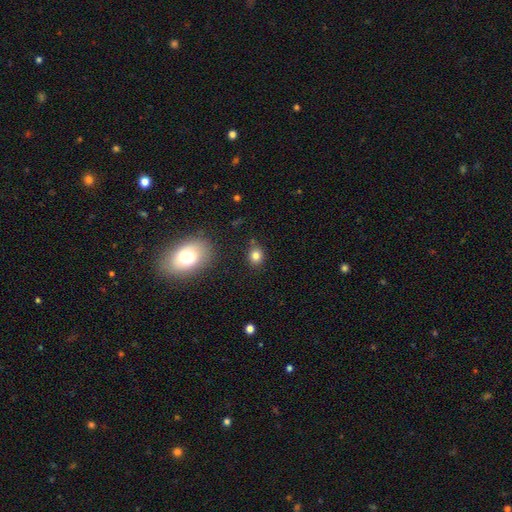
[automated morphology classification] This appears to be a smooth galaxy with no disk features (80%) that is round (65%). Merging: none (81%).